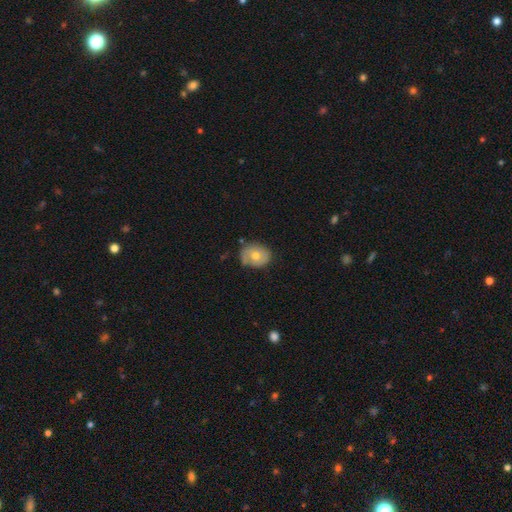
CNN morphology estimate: smooth-or-featured: smooth: 56% | featured or disk: 37% | star or artifact: 8%
  how-rounded: round: 59% | in between: 40% | cigar-shaped: 1%
  merging: none: 70% | minor disturbance: 23% | major disturbance: 5% | merger: 2%